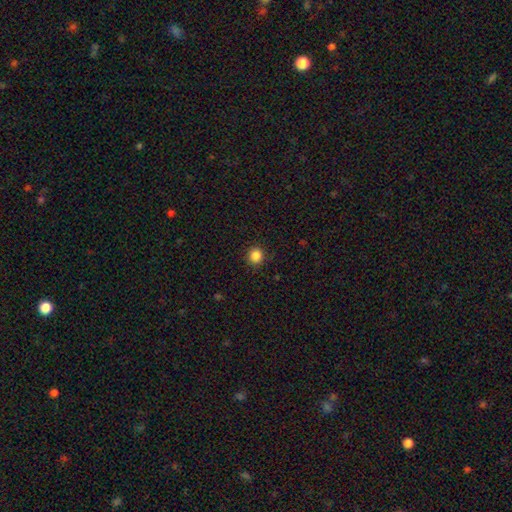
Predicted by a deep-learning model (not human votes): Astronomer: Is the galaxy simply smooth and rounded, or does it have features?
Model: smooth — 86%.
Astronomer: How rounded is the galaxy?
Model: round — 93%.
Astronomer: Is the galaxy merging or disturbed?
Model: none — 90%.